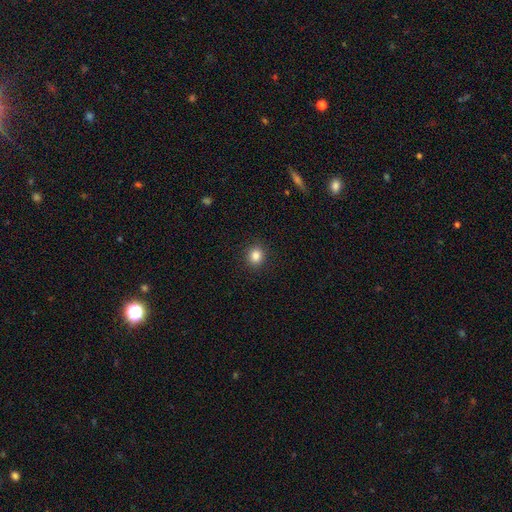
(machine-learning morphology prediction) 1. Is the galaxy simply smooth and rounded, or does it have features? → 85% smooth, 11% star or artifact, 4% featured or disk.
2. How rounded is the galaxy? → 79% round, 20% in between, 1% cigar-shaped.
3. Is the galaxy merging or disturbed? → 91% none, 6% minor disturbance, 2% major disturbance, 1% merger.